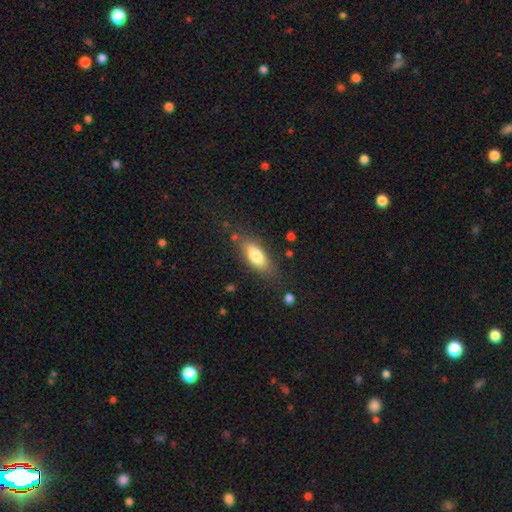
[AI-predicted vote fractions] This is likely a smooth galaxy (76%). How rounded: likely in between (77%). Merging: likely none (77%).